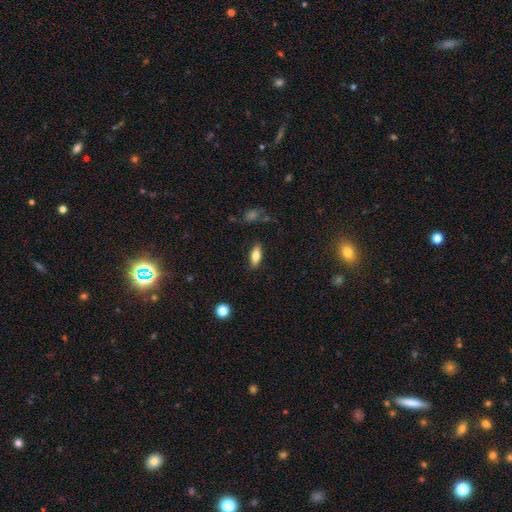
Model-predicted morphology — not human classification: Smooth or featured? smooth (73%)
How rounded? in between (75%)
Merging? none (86%)